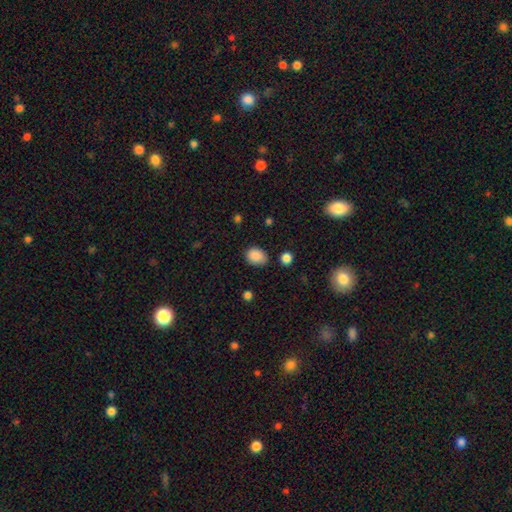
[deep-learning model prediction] Smooth or featured? Predicted: smooth (p=0.88). How rounded? Predicted: in between (p=0.61). Merging? Predicted: none (p=0.77).